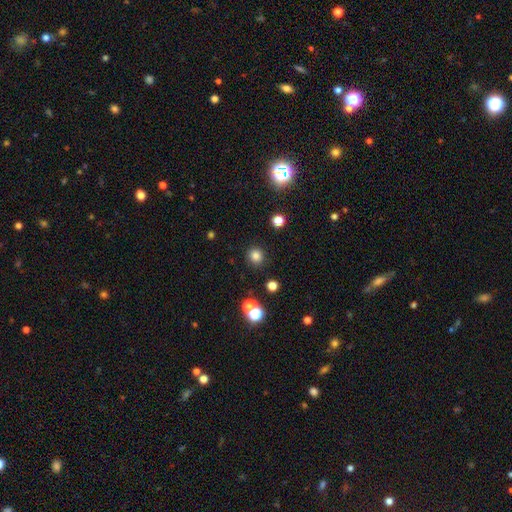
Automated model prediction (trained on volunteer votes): Overall: smooth (80%). How rounded: round (93%). Merging: none (88%).